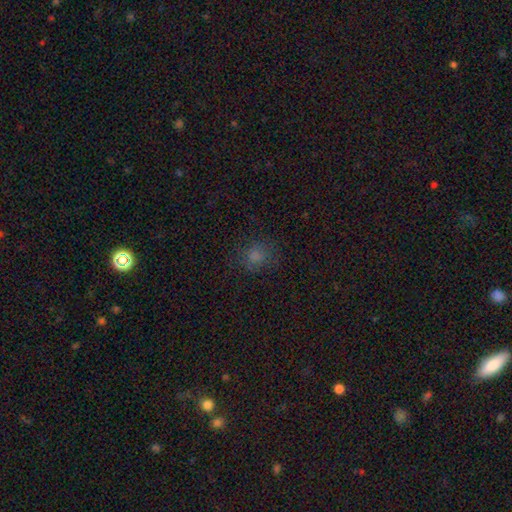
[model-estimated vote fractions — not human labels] A smooth galaxy with no disk features (73%) that is round (76%).

Vote fractions:
- Smooth or featured? smooth: 73% / star or artifact: 19% / featured or disk: 7%
- How rounded? round: 76% / in between: 23% / cigar-shaped: 1%
- Merging? none: 76% / minor disturbance: 15% / major disturbance: 7% / merger: 2%